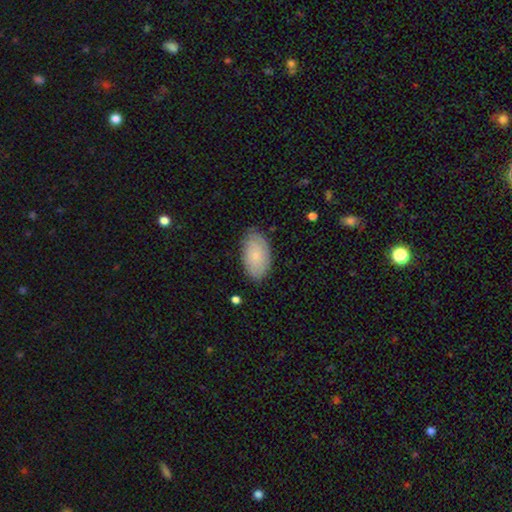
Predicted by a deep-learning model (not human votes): A smooth galaxy with no disk features (72%) that is in between round and cigar-shaped (94%).

Vote fractions:
- Smooth or featured? smooth: 72% / featured or disk: 21% / star or artifact: 6%
- How rounded? in between: 94% / round: 4% / cigar-shaped: 2%
- Merging? none: 79% / minor disturbance: 17% / major disturbance: 3% / merger: 1%